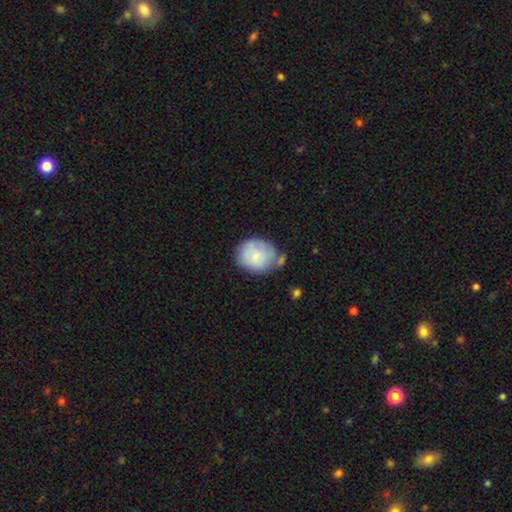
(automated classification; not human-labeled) Q: Smooth or featured?
A: smooth (69%); runner-up: featured or disk (24%)
Q: How rounded?
A: round (58%); runner-up: in between (42%)
Q: Merging?
A: none (52%); runner-up: minor disturbance (28%)